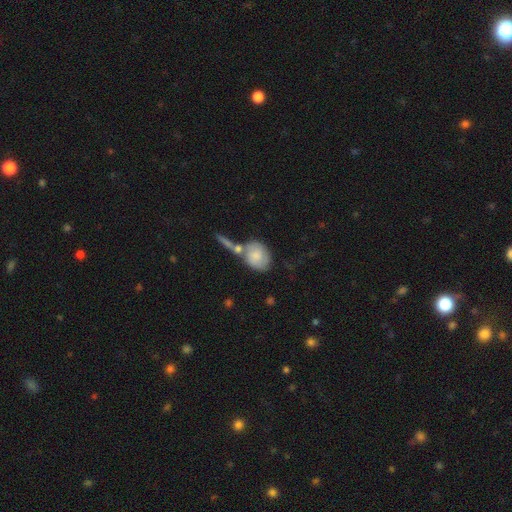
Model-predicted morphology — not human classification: type=smooth (70%); roundness=in between (55%); merging=none (44%).